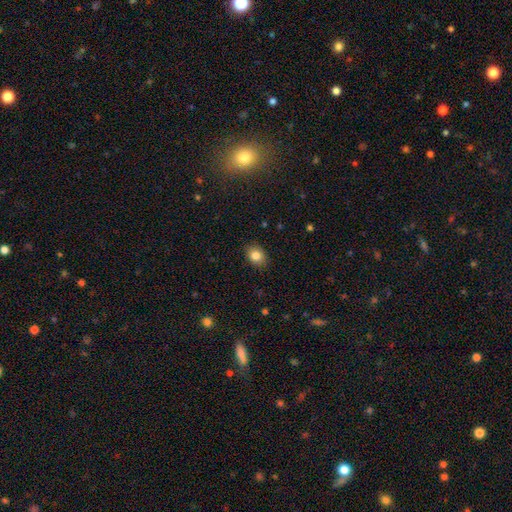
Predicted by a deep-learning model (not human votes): This appears to be a smooth galaxy with no disk features (83%) that is in between round and cigar-shaped (54%). Merging: none (88%).